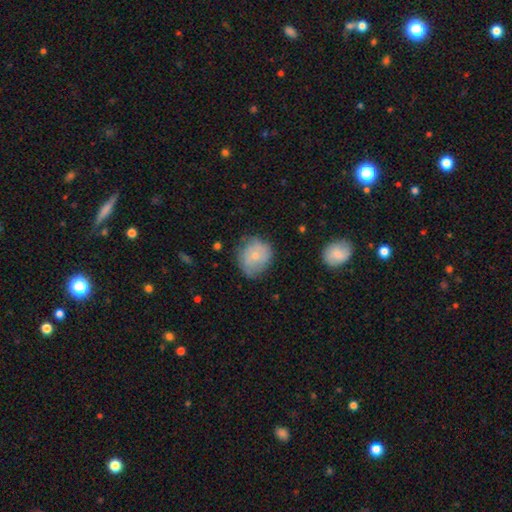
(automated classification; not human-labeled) A smooth galaxy with no disk features (58%) that is round (73%).

Vote fractions:
- Smooth or featured? smooth: 58% / featured or disk: 34% / star or artifact: 8%
- How rounded? round: 73% / in between: 26% / cigar-shaped: 1%
- Merging? none: 65% / minor disturbance: 26% / major disturbance: 7% / merger: 2%